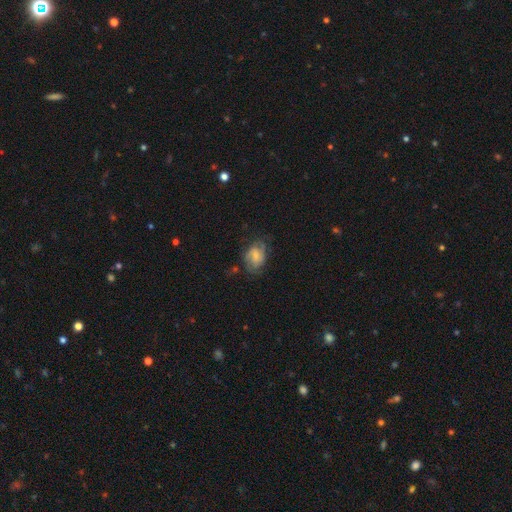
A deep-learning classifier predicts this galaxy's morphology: smooth-or-featured: featured or disk: 57% | smooth: 34% | star or artifact: 8%
  disk-edge-on: no: 97% | yes: 3%
    bar: weak: 47% | no: 41% | strong: 11%
    has-spiral-arms: yes: 85% | no: 15%
    bulge-size: small: 48% | moderate: 32% | none: 14% | large: 5% | dominant: 1%
  merging: none: 59% | minor disturbance: 25% | major disturbance: 14% | merger: 2%